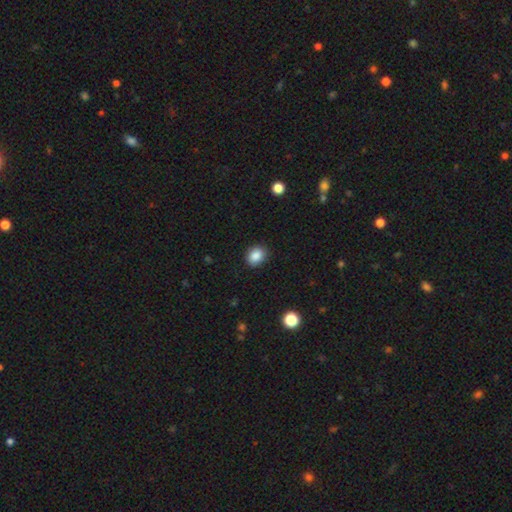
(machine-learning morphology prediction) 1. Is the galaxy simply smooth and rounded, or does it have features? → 87% smooth, 9% star or artifact, 4% featured or disk.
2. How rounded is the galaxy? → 51% round, 48% in between, 1% cigar-shaped.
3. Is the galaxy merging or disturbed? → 87% none, 10% minor disturbance, 2% major disturbance, 1% merger.